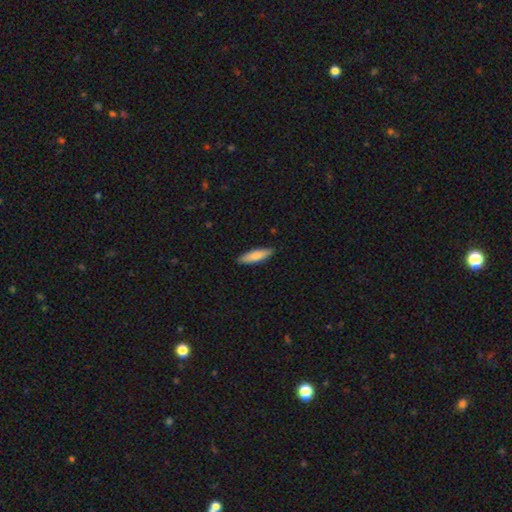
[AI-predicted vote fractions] smooth-or-featured: smooth: 82% | featured or disk: 13% | star or artifact: 5%
  how-rounded: cigar-shaped: 64% | in between: 35% | round: 2%
  merging: none: 88% | minor disturbance: 9% | major disturbance: 2% | merger: 1%